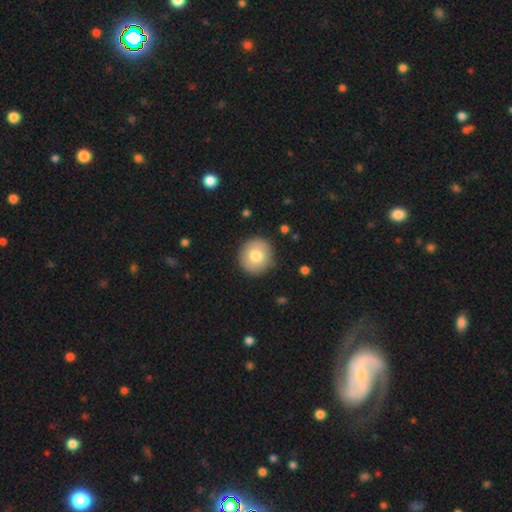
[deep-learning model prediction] smooth-or-featured: smooth: 77% | featured or disk: 16% | star or artifact: 7%
  how-rounded: round: 93% | in between: 6% | cigar-shaped: 1%
  merging: none: 89% | minor disturbance: 7% | major disturbance: 2% | merger: 1%